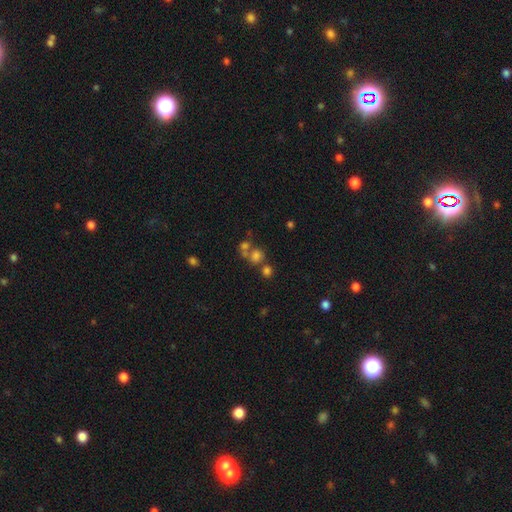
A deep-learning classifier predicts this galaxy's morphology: smooth-or-featured: smooth: 67% | star or artifact: 19% | featured or disk: 14%
  how-rounded: round: 80% | in between: 19% | cigar-shaped: 1%
  merging: none: 47% | merger: 38% | minor disturbance: 9% | major disturbance: 6%